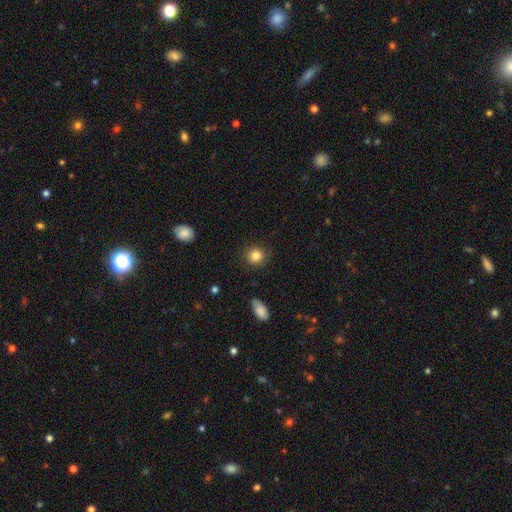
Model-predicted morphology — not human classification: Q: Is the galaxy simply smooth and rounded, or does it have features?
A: smooth — 85%.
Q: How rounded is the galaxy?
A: round — 86%.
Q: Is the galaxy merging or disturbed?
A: none — 86%.